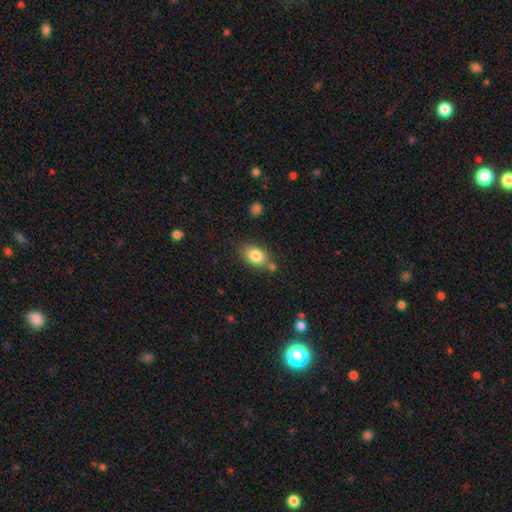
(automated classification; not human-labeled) A smooth galaxy with no disk features (83%) that is in between round and cigar-shaped (78%). Merging: none (69%).